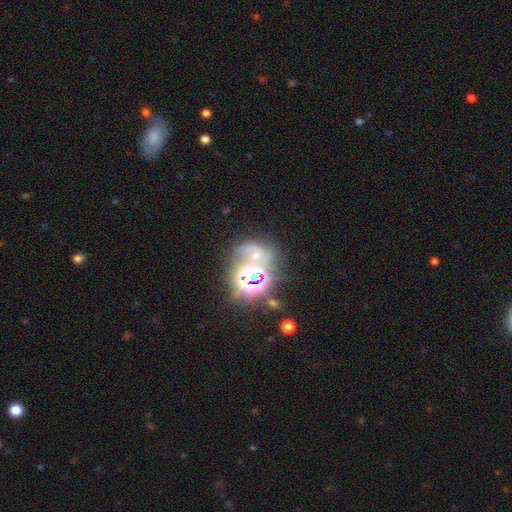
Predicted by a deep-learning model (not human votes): This appears to be a star or artifact, not a galaxy (50%).